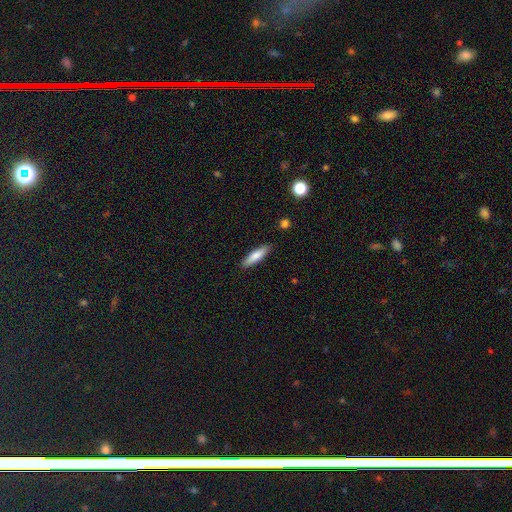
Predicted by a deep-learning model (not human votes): smooth_or_featured: smooth (p=0.79) [alt: featured or disk p=0.15]
how_rounded: cigar-shaped (p=0.72) [alt: in between p=0.27]
merging: none (p=0.88) [alt: minor disturbance p=0.09]